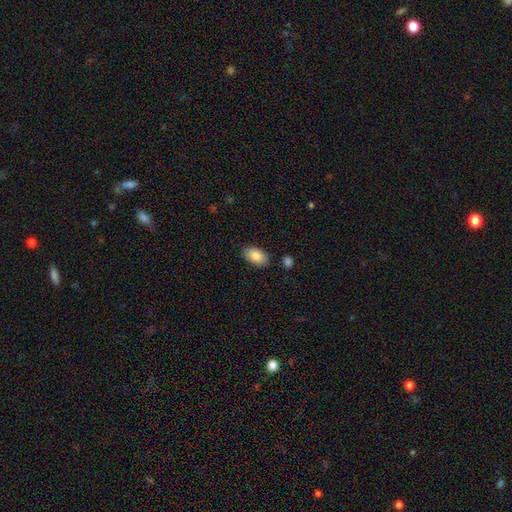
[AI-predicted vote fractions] smooth 85%, featured or disk 9%, star or artifact 6%. Down the decision tree: how rounded — in between (94%); merging — none (85%).